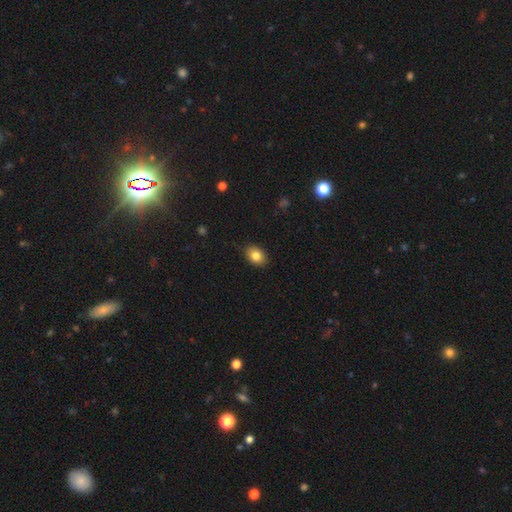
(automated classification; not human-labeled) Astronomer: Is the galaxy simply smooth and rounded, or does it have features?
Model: smooth — 82%.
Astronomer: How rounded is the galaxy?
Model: in between — 66%.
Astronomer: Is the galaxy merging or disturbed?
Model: none — 84%.